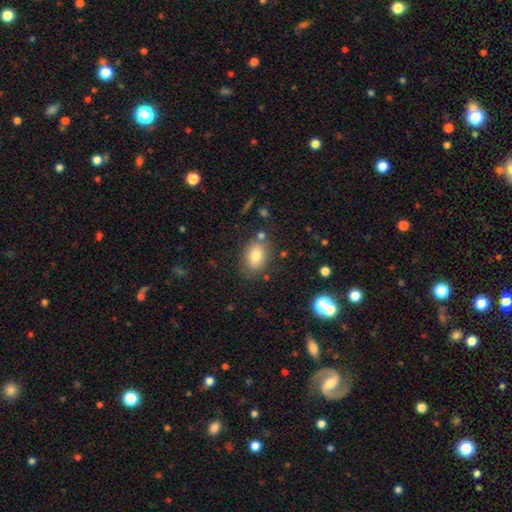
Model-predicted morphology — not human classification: A smooth galaxy with no disk features (79%) that is in between round and cigar-shaped (78%).

Vote fractions:
- Smooth or featured? smooth: 79% / featured or disk: 12% / star or artifact: 9%
- How rounded? in between: 78% / round: 20% / cigar-shaped: 1%
- Merging? none: 75% / minor disturbance: 14% / merger: 6% / major disturbance: 4%